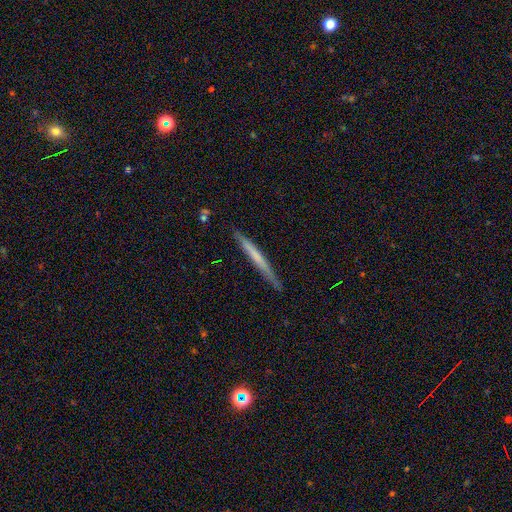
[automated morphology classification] This appears to be a smooth galaxy with no disk features (52%) that is cigar-shaped (97%). Merging: none (86%).